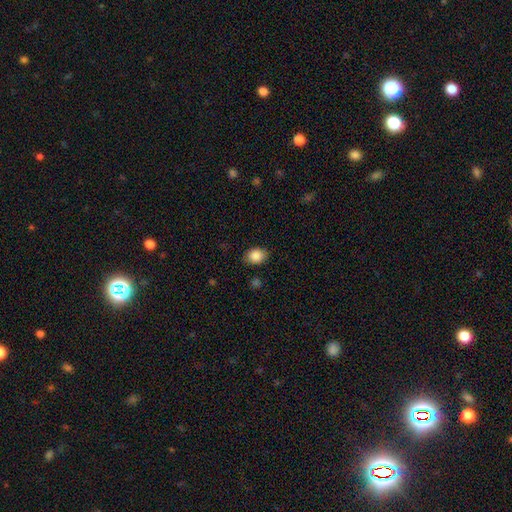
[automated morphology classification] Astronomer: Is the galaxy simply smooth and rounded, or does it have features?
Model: smooth — 87%.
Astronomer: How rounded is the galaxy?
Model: in between — 63%.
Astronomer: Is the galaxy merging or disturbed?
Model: none — 84%.